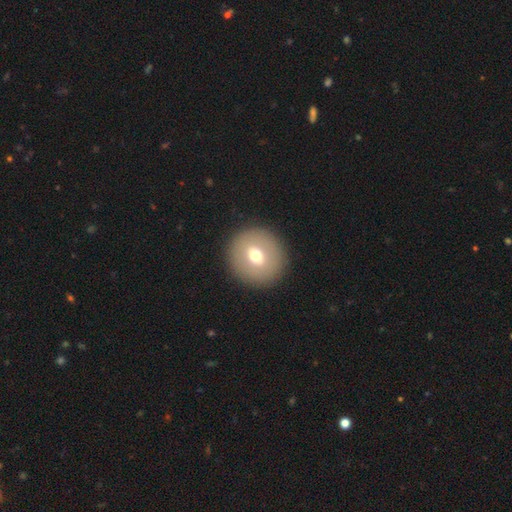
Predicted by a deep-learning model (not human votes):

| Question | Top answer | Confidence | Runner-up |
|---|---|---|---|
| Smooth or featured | smooth | 65% | featured or disk (26%) |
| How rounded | round | 90% | in between (9%) |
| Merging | none | 91% | minor disturbance (5%) |